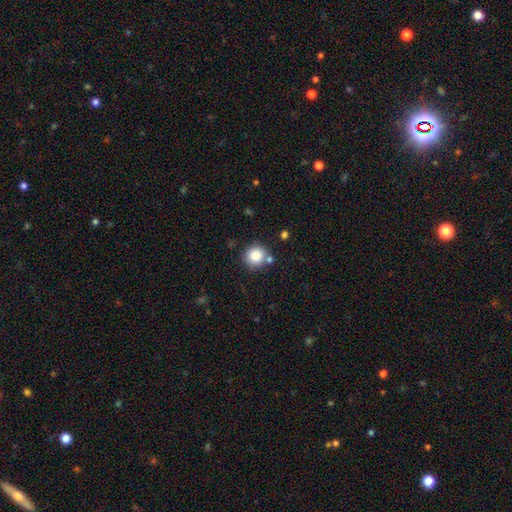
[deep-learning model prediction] Smooth or featured? Predicted: smooth (p=0.84). How rounded? Predicted: round (p=0.92). Merging? Predicted: none (p=0.80).